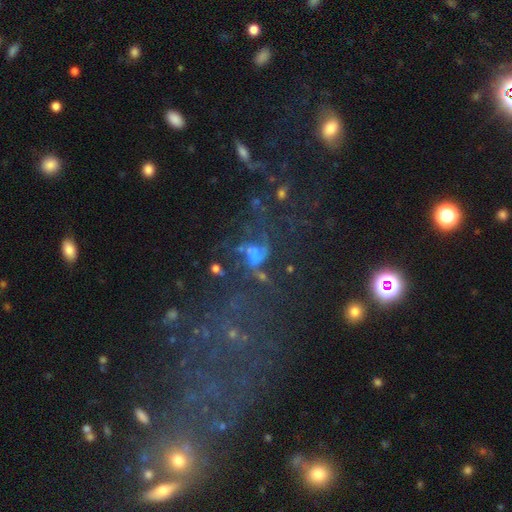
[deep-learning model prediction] A star or artifact, not a galaxy (38%).